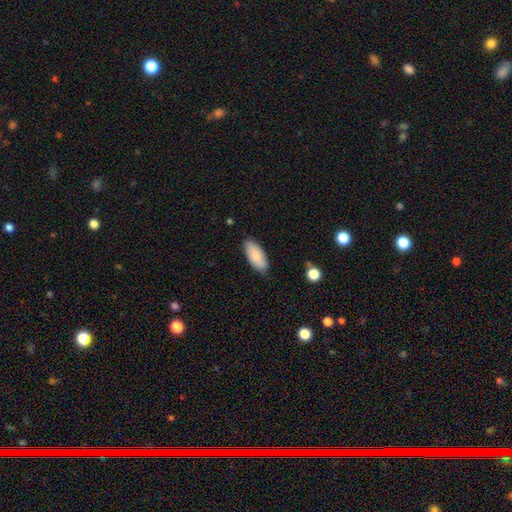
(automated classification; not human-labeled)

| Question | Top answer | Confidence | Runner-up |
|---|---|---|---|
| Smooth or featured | smooth | 84% | featured or disk (10%) |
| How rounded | in between | 87% | cigar-shaped (11%) |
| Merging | none | 84% | minor disturbance (12%) |